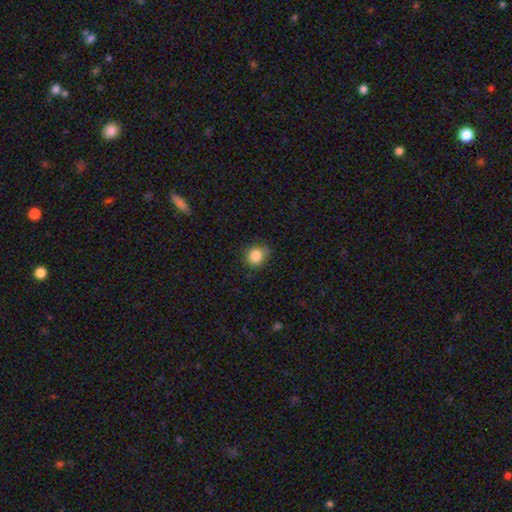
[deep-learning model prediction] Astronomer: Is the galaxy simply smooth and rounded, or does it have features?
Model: smooth — 84%.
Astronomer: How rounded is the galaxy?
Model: round — 80%.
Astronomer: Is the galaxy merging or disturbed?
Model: none — 77%.